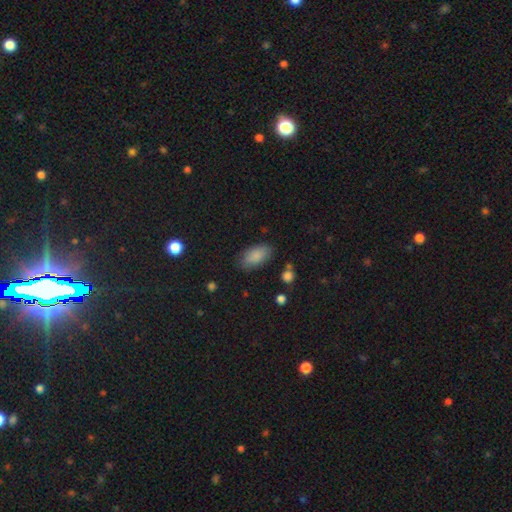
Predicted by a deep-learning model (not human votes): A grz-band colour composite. It shows a smooth galaxy with no disk features (86%) that is in between round and cigar-shaped (93%). Merging: none (80%).